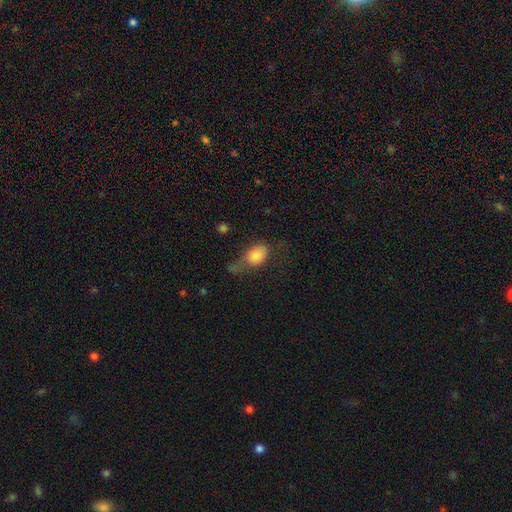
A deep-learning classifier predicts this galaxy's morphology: Smooth or featured? Predicted: smooth (p=0.78). How rounded? Predicted: in between (p=0.81). Merging? Predicted: major disturbance (p=0.35).